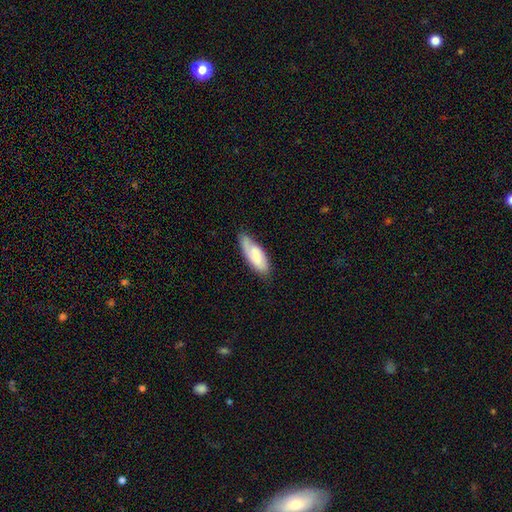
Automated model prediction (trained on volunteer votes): smooth-or-featured: smooth: 67% | featured or disk: 27% | star or artifact: 6%
  how-rounded: in between: 73% | cigar-shaped: 25% | round: 2%
  merging: none: 68% | minor disturbance: 25% | major disturbance: 6% | merger: 2%